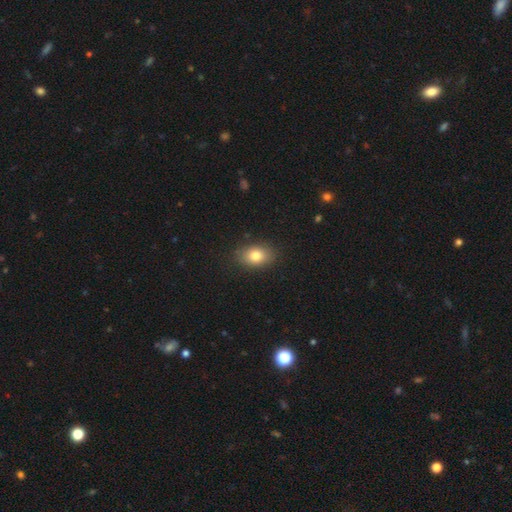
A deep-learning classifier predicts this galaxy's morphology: Q: Smooth or featured?
A: smooth (80%); runner-up: featured or disk (10%)
Q: How rounded?
A: in between (78%); runner-up: round (21%)
Q: Merging?
A: none (87%); runner-up: minor disturbance (10%)